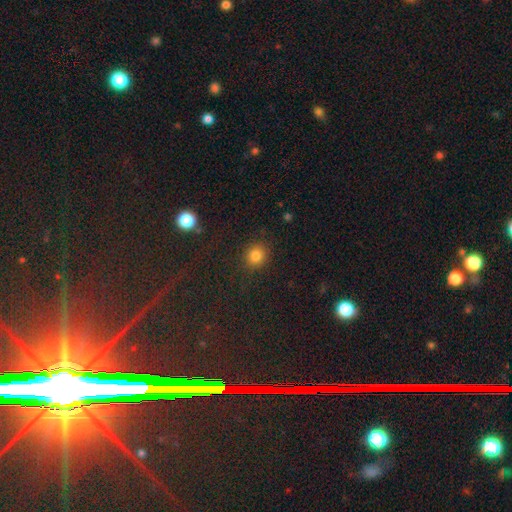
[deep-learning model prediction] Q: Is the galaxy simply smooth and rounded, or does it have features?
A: smooth — 80%.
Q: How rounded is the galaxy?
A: round — 81%.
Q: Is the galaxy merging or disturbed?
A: none — 86%.